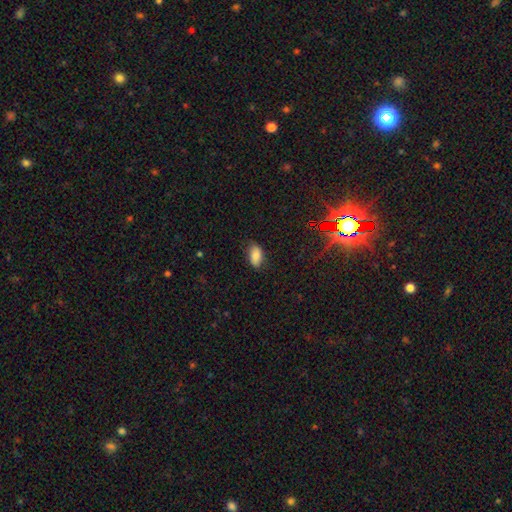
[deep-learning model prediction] Q: Smooth or featured?
A: smooth (82%); runner-up: star or artifact (9%)
Q: How rounded?
A: in between (92%); runner-up: round (5%)
Q: Merging?
A: none (77%); runner-up: minor disturbance (18%)